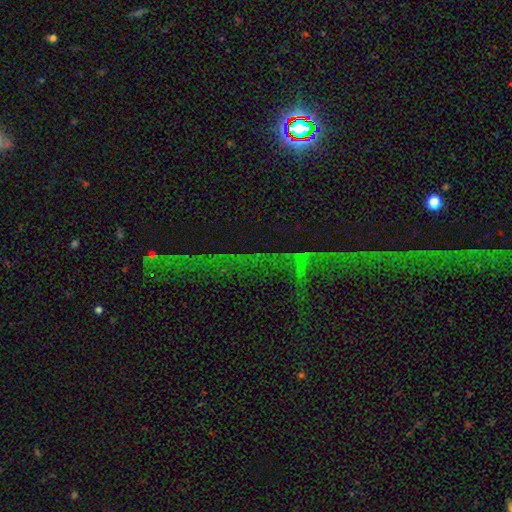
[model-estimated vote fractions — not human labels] smooth-or-featured: star or artifact: 82% | featured or disk: 10% | smooth: 8%